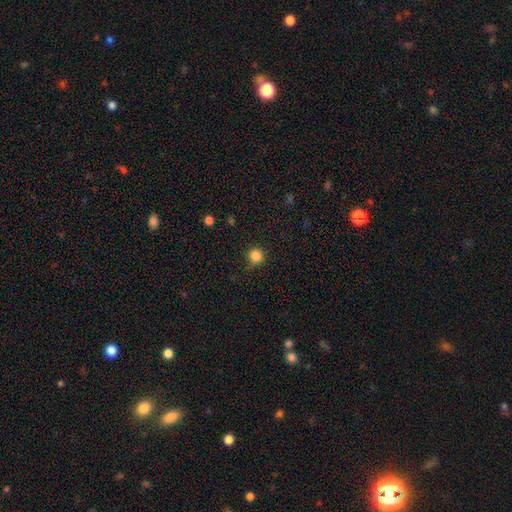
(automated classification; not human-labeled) Smooth or featured? Predicted: smooth (p=0.84). How rounded? Predicted: round (p=0.92). Merging? Predicted: none (p=0.82).